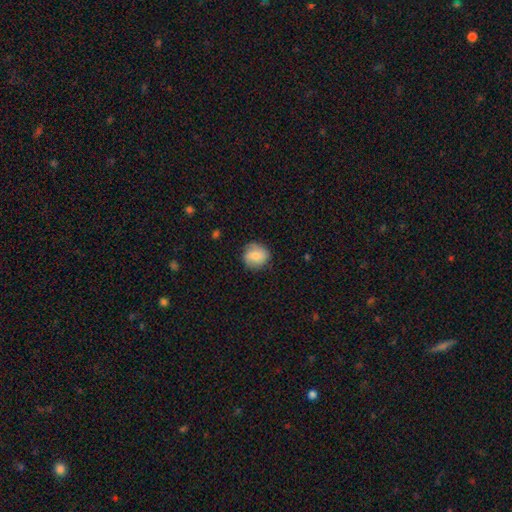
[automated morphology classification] The model was most divided on "smooth or featured": smooth: 74%, featured or disk: 19%, star or artifact: 8%. More confident: how rounded — round (85%); merging — none (78%).